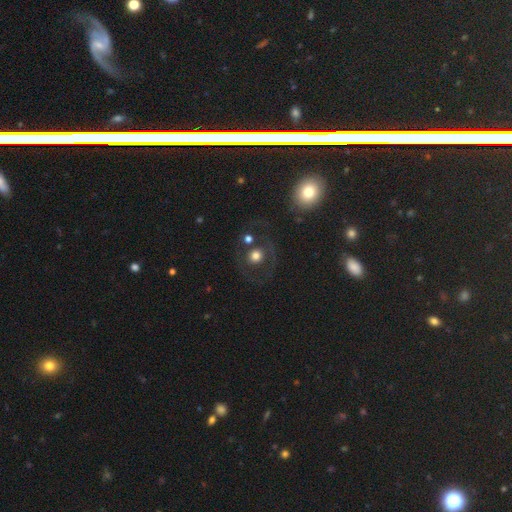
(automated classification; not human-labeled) smooth-or-featured: smooth: 58% | featured or disk: 29% | star or artifact: 13%
  how-rounded: round: 89% | in between: 10% | cigar-shaped: 1%
  merging: none: 72% | minor disturbance: 11% | major disturbance: 10% | merger: 7%